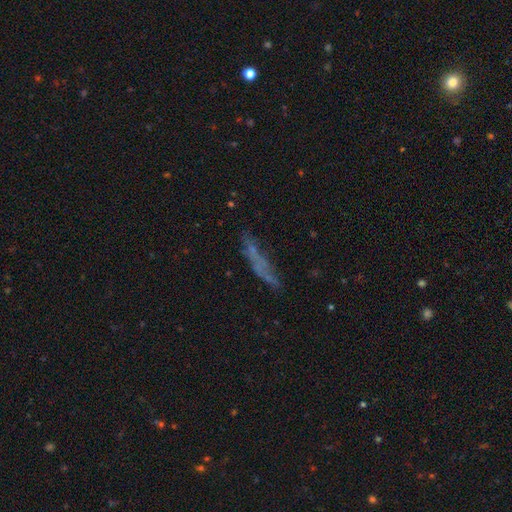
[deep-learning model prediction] Morphology: type=smooth (47%); merging=none (60%).